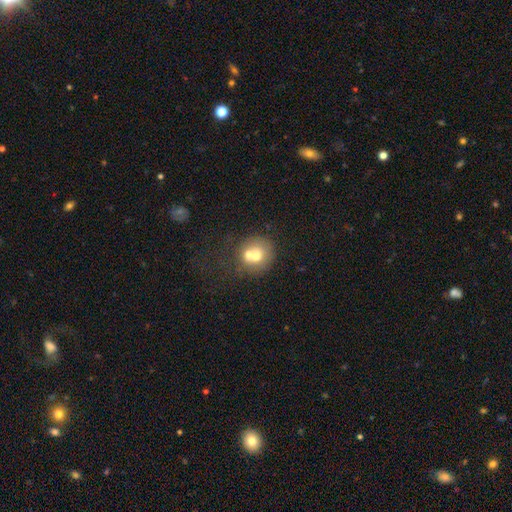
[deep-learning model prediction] Morphology: type=smooth (62%); roundness=round (81%); merging=merger (50%).